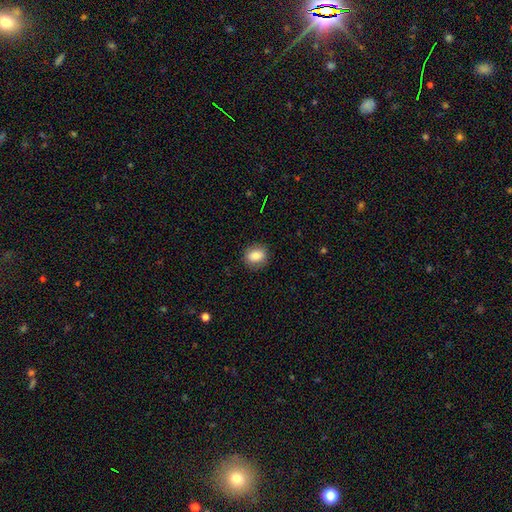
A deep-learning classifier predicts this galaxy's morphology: Smooth or featured? smooth (83%)
How rounded? round (59%)
Merging? none (87%)